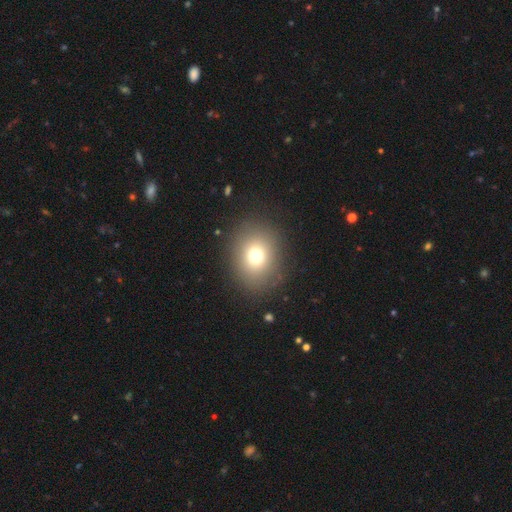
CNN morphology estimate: smooth 72%, star or artifact 16%, featured or disk 12%. Down the decision tree: how rounded — round (64%); merging — none (86%).